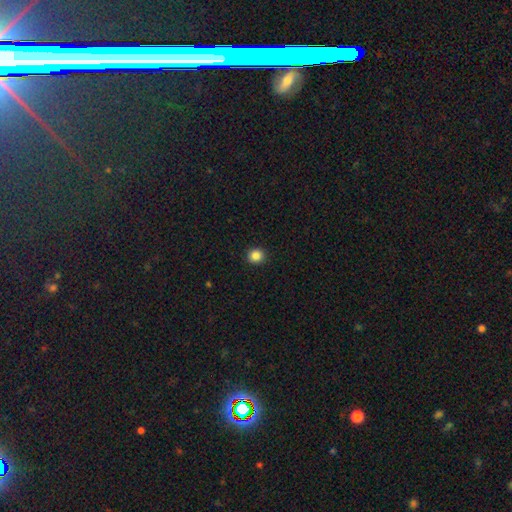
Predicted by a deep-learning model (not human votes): This is clearly a smooth galaxy (86%). How rounded: clearly round (90%). Merging: clearly none (93%).